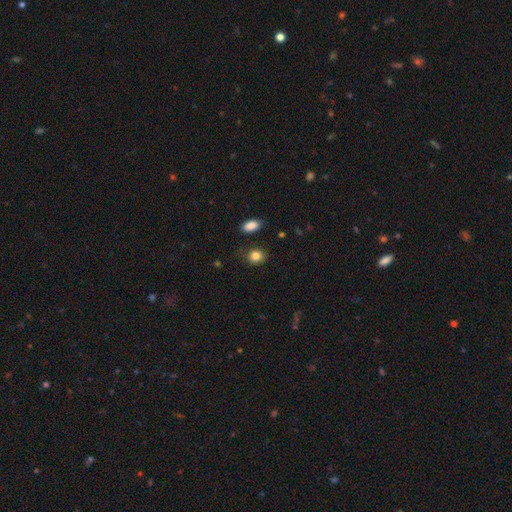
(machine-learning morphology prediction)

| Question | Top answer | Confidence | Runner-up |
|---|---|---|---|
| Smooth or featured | smooth | 86% | star or artifact (10%) |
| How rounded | round | 65% | in between (34%) |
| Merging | none | 80% | minor disturbance (13%) |